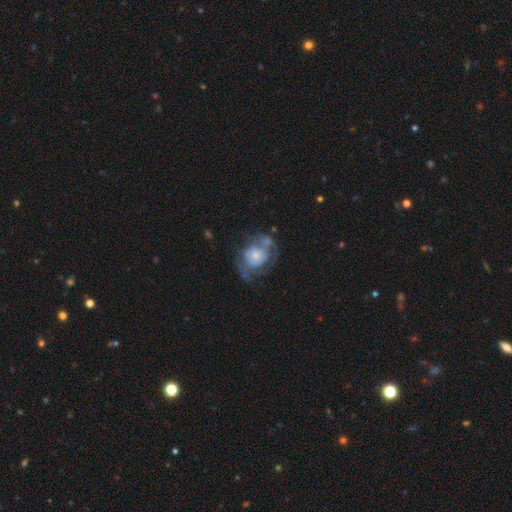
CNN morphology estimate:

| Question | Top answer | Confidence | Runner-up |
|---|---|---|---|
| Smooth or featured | featured or disk | 67% | smooth (26%) |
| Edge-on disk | no | 97% | yes (3%) |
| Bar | no | 79% | weak (17%) |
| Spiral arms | yes | 73% | no (27%) |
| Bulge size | small | 57% | moderate (24%) |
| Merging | none | 44% | major disturbance (26%) |